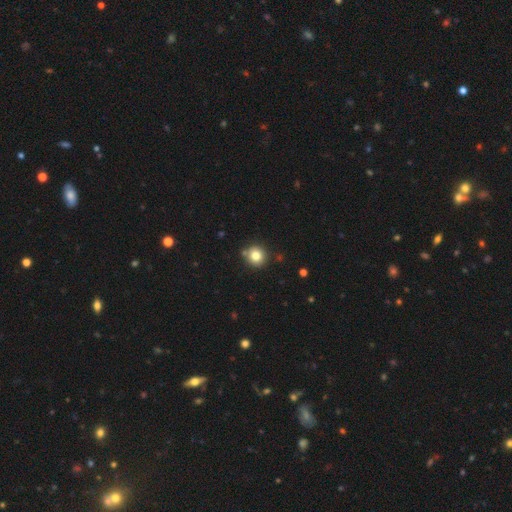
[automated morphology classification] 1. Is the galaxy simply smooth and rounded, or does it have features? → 82% smooth, 11% star or artifact, 7% featured or disk.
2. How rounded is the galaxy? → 90% round, 9% in between, 1% cigar-shaped.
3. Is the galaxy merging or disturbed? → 83% none, 10% minor disturbance, 5% merger, 2% major disturbance.